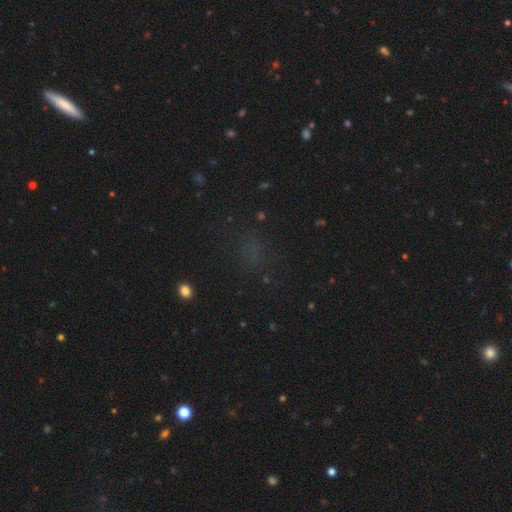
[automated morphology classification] Q: Smooth or featured?
A: star or artifact (49%); runner-up: smooth (40%)